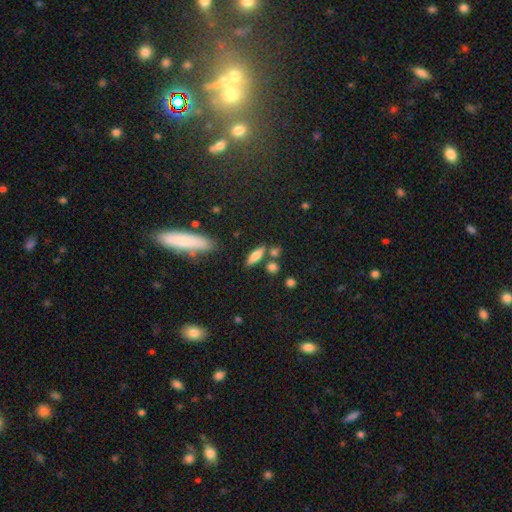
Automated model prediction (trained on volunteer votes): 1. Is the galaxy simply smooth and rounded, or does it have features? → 74% smooth, 17% featured or disk, 9% star or artifact.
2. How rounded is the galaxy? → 49% cigar-shaped, 47% in between, 4% round.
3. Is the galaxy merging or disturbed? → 72% none, 12% minor disturbance, 12% merger, 4% major disturbance.